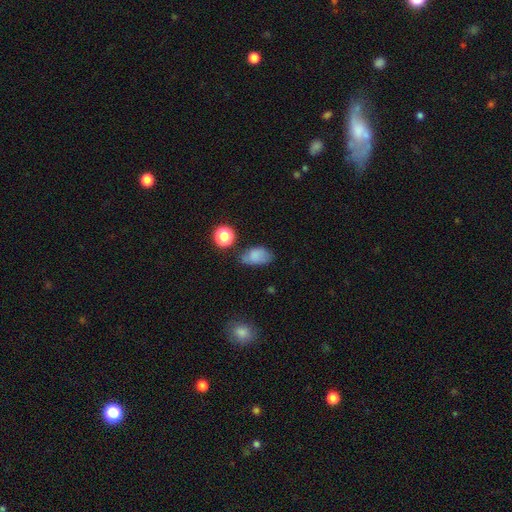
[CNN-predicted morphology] The model was most divided on "merging": none: 54%, minor disturbance: 30%, major disturbance: 10%, merger: 6%. More confident: how rounded — in between (86%); smooth or featured — smooth (76%).